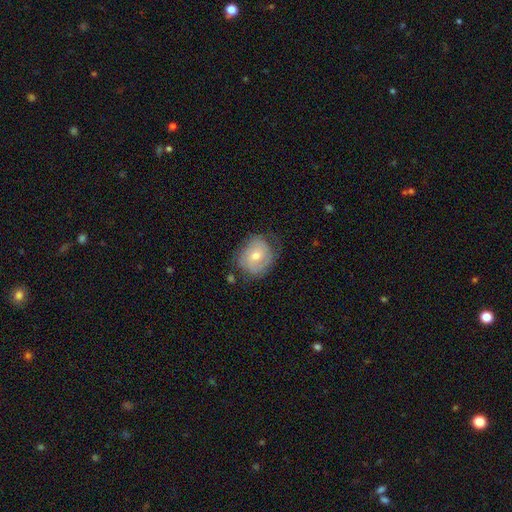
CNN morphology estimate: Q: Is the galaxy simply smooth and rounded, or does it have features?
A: featured or disk — 49%.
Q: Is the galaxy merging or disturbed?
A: none — 63%.